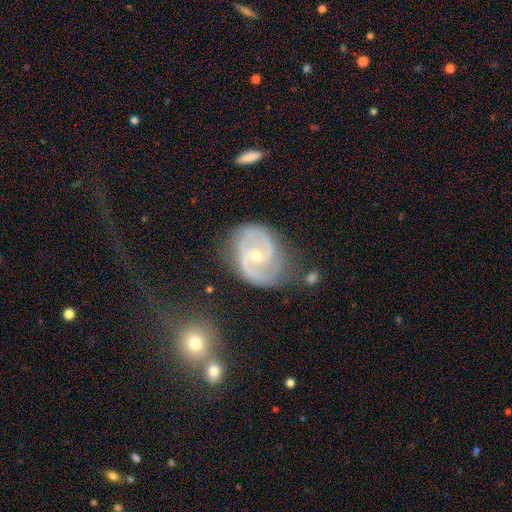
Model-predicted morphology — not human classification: type=featured or disk (87%); edge-on=no (97%); bar=no (50%); spiral arms=yes (95%); winding=medium (47%); arm count=2 (81%); bulge=small (51%); merging=none (62%).